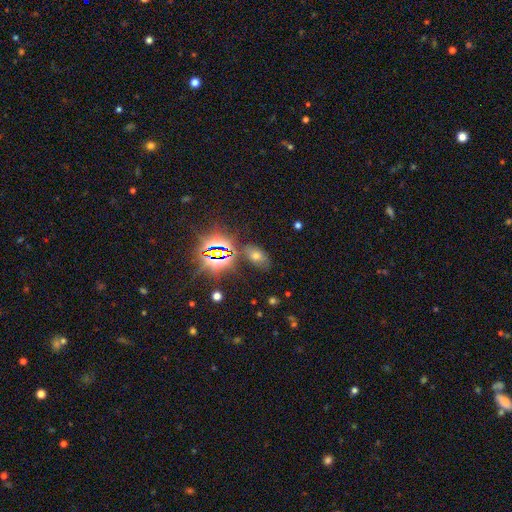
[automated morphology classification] type=smooth (49%); merging=none (75%).